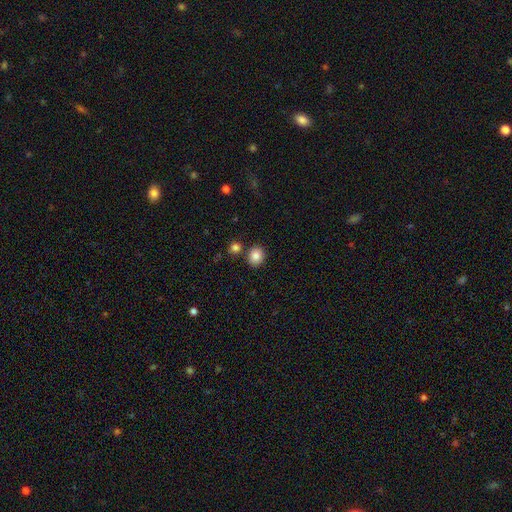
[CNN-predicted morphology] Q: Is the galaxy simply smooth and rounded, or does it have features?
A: smooth — 85%.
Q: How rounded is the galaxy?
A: round — 76%.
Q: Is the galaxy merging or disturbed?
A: none — 82%.